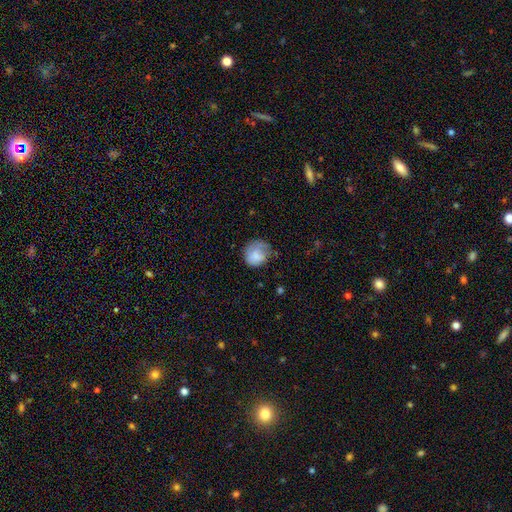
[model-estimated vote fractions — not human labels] Morphology: type=smooth (73%); roundness=round (78%); merging=none (46%).